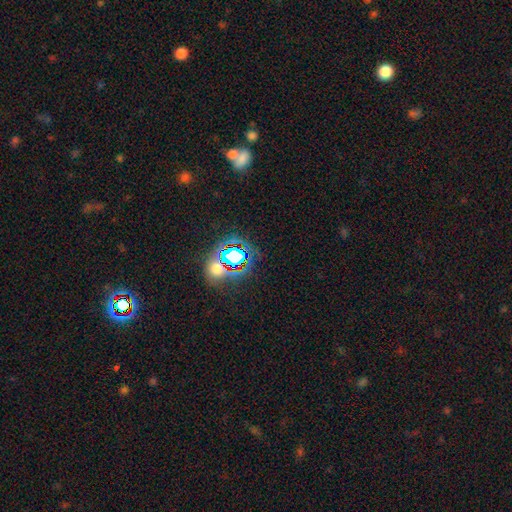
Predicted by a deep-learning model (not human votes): star or artifact 73%, smooth 17%, featured or disk 10%.